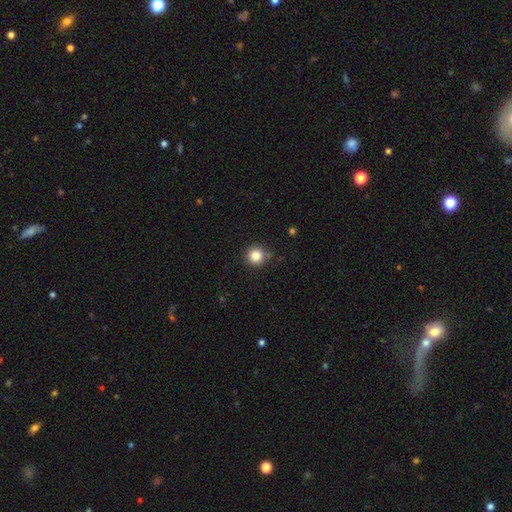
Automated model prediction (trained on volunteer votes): Smooth or featured?
  - smooth: 85% *
  - star or artifact: 11%
  - featured or disk: 4%
How rounded?
  - round: 94% *
  - in between: 5%
  - cigar-shaped: 1%
Merging?
  - none: 86% *
  - minor disturbance: 9%
  - major disturbance: 2%
  - merger: 2%